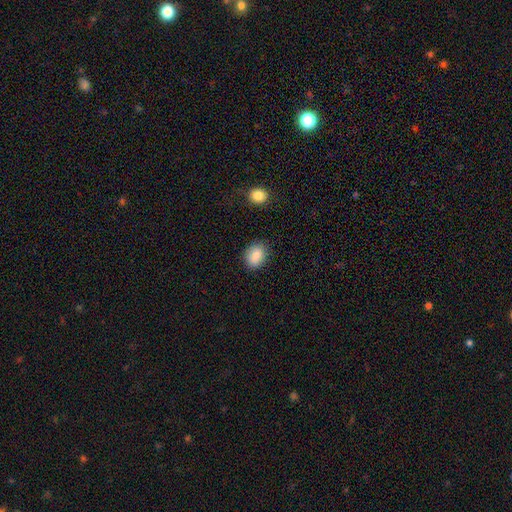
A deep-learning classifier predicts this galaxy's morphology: smooth 87%, star or artifact 8%, featured or disk 6%. Down the decision tree: how rounded — in between (71%); merging — none (84%).